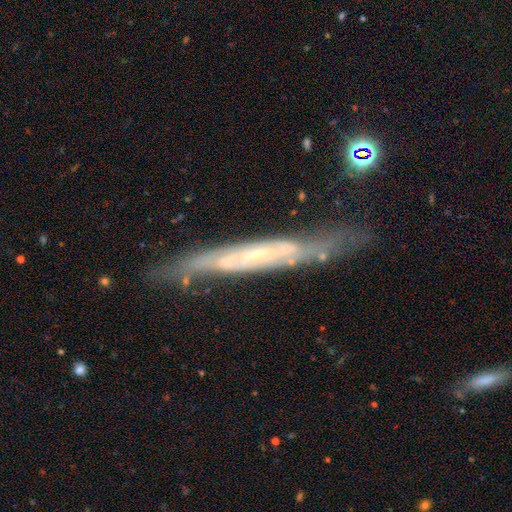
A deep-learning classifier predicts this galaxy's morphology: Q: Smooth or featured?
A: featured or disk (75%); runner-up: smooth (17%)
Q: Edge-on disk?
A: yes (68%); runner-up: no (32%)
Q: Edge-on bulge?
A: none (68%); runner-up: rounded (25%)
Q: Merging?
A: none (73%); runner-up: minor disturbance (19%)